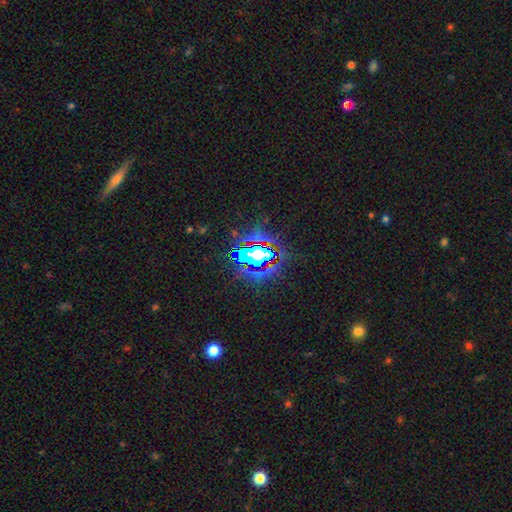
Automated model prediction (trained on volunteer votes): This appears to be a star or artifact, not a galaxy (68%).